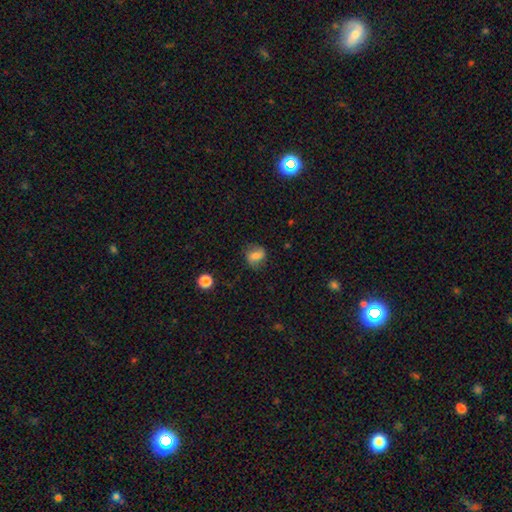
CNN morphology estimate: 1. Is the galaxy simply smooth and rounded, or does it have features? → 58% smooth, 31% featured or disk, 10% star or artifact.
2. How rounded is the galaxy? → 60% round, 39% in between, 2% cigar-shaped.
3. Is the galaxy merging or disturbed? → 74% none, 18% minor disturbance, 6% major disturbance, 1% merger.